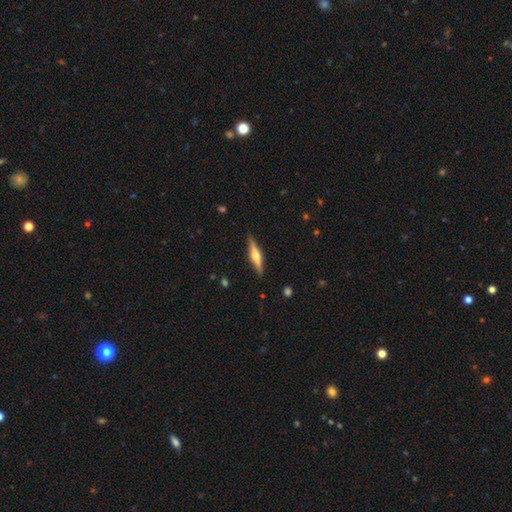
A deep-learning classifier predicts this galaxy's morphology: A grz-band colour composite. It shows a featured or disk galaxy (66%) viewed edge-on (97%) with a rounded central bulge (91%). Merging: none (89%).